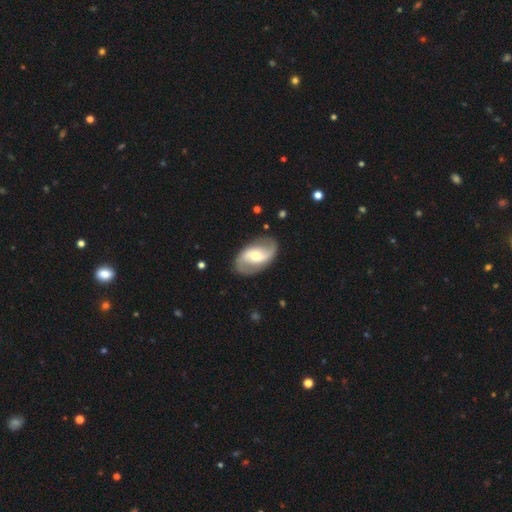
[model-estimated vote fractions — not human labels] This appears to be a featured or disk galaxy (84%) with a weak bar (43%), 2 (92%) loose (48%) spiral arms (94%) and a moderate central bulge (58%). Merging: none (83%).